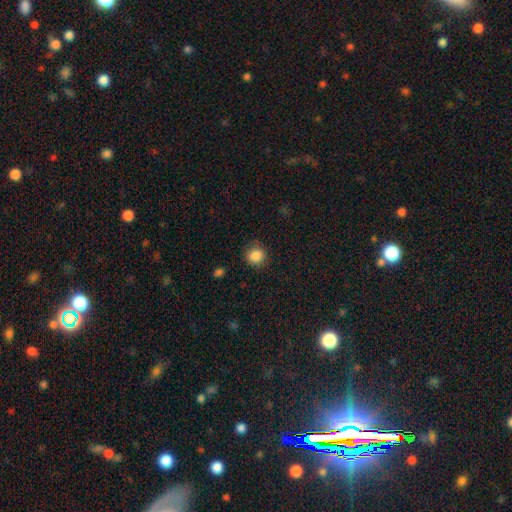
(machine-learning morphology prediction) Q: Smooth or featured?
A: smooth (87%); runner-up: star or artifact (10%)
Q: How rounded?
A: round (86%); runner-up: in between (13%)
Q: Merging?
A: none (85%); runner-up: minor disturbance (11%)